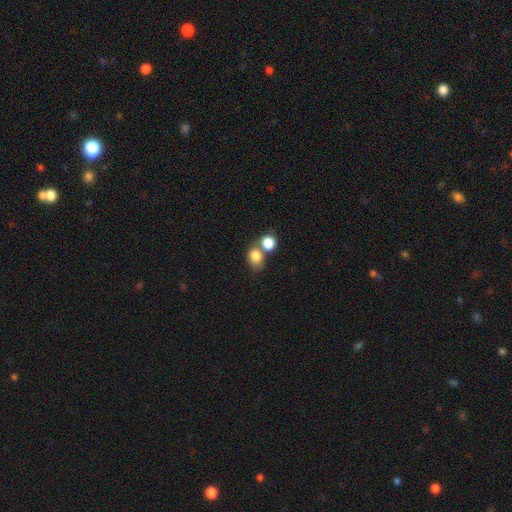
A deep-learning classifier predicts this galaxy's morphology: Smooth or featured? Predicted: smooth (p=0.81). How rounded? Predicted: round (p=0.49, tied with in between). Merging? Predicted: merger (p=0.48).